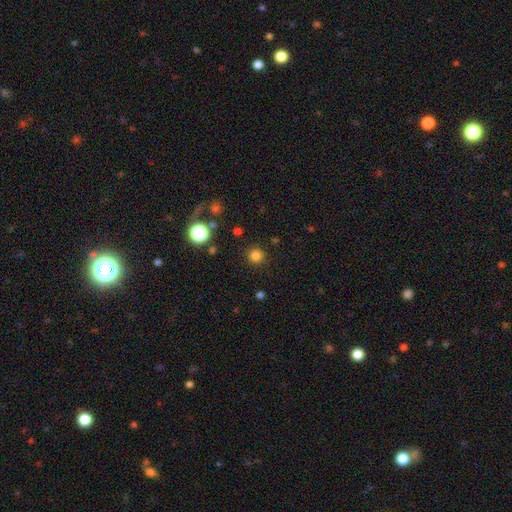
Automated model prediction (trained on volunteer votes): smooth_or_featured: smooth (p=0.80) [alt: star or artifact p=0.16]
how_rounded: round (p=0.94) [alt: in between p=0.05]
merging: none (p=0.90) [alt: minor disturbance p=0.06]